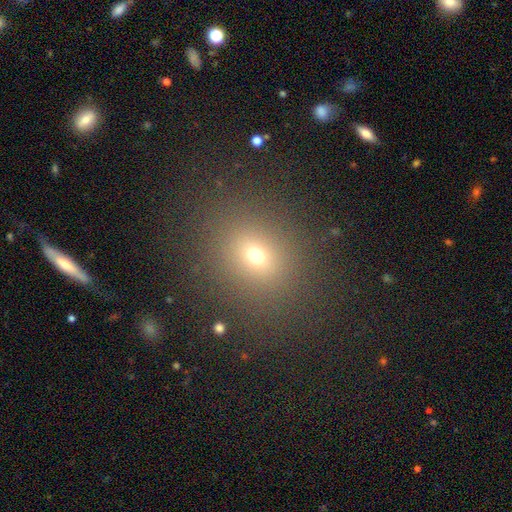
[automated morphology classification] The model was most divided on "how rounded": round: 62%, in between: 36%, cigar-shaped: 1%. More confident: merging — none (85%); smooth or featured — smooth (68%).